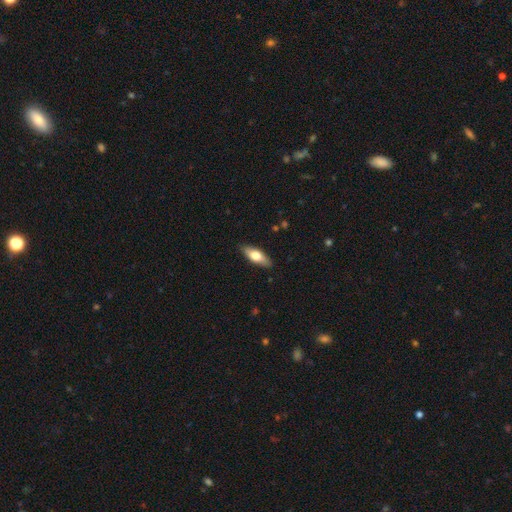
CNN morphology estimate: type=smooth (64%); roundness=in between (68%); merging=none (86%).